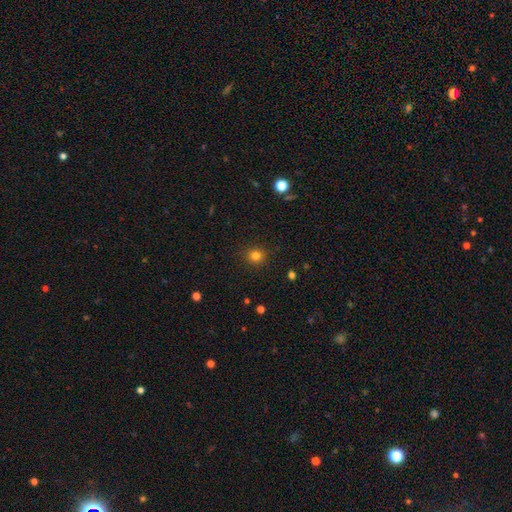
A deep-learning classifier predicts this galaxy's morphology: Smooth or featured? Predicted: smooth (p=0.80). How rounded? Predicted: round (p=0.88). Merging? Predicted: none (p=0.90).